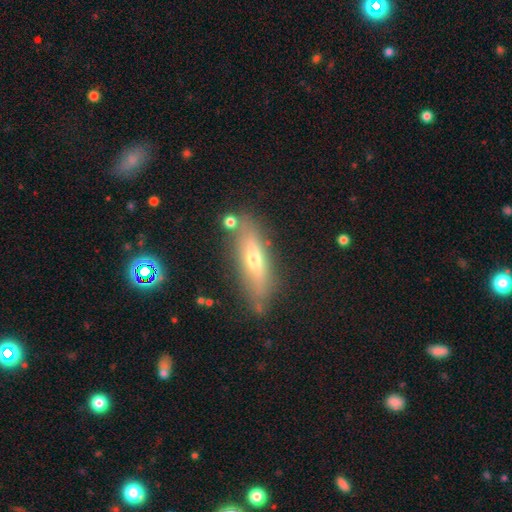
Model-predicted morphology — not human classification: smooth_or_featured: featured or disk (p=0.53) [alt: smooth p=0.38]
disk_edge_on: yes (p=0.77) [alt: no p=0.23]
merging: none (p=0.77) [alt: minor disturbance p=0.15]